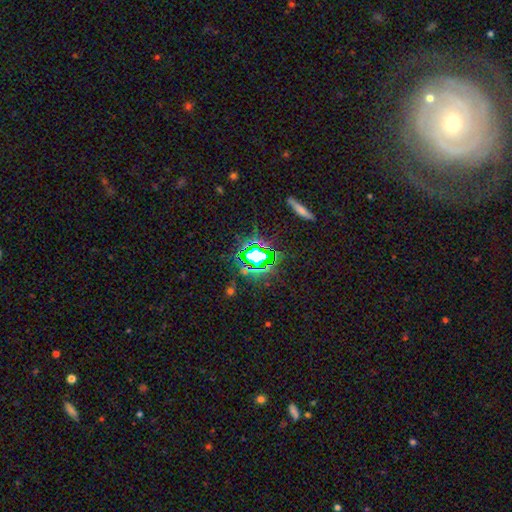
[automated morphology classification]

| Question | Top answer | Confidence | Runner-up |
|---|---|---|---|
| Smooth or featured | star or artifact | 72% | smooth (16%) |